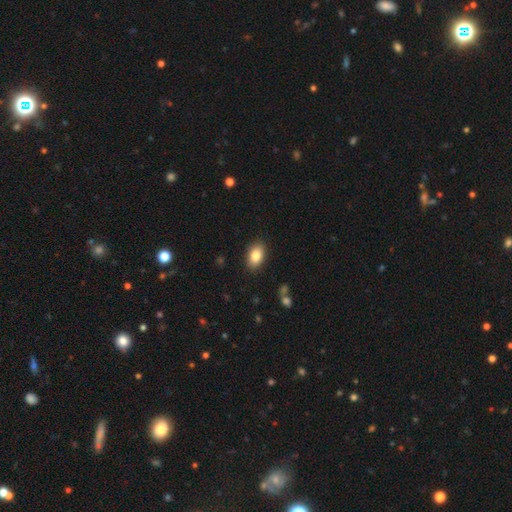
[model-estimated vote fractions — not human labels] A smooth galaxy with no disk features (84%) that is in between round and cigar-shaped (89%). Merging: none (88%).